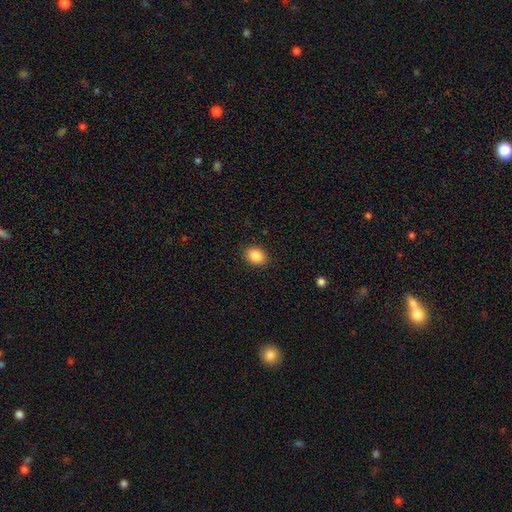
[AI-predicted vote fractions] This is clearly a smooth galaxy (87%). How rounded: possibly in between (58%). Merging: clearly none (89%).